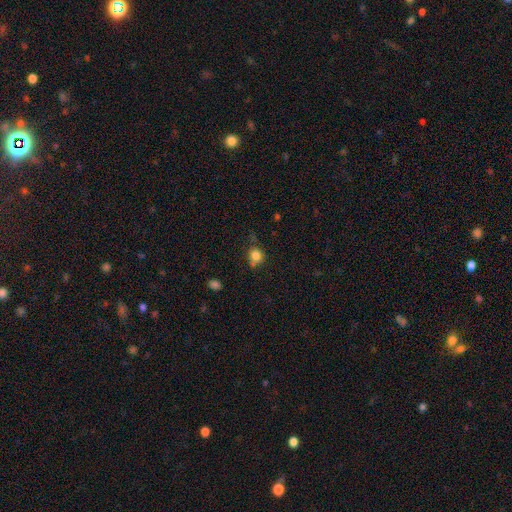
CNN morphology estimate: Smooth or featured: smooth — 81% (star or artifact — 12%)
How rounded: round — 85% (in between — 14%)
Merging: none — 65% (minor disturbance — 17%)